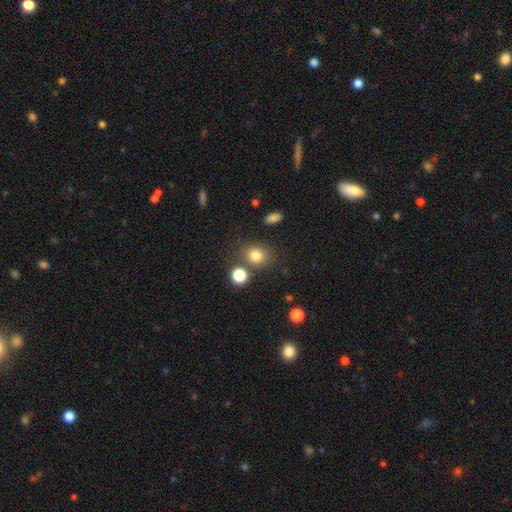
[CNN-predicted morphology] smooth 78%, star or artifact 14%, featured or disk 7%. Down the decision tree: how rounded — round (69%); merging — none (73%).